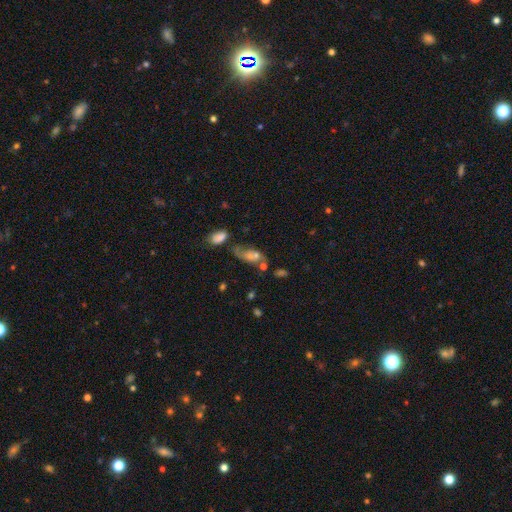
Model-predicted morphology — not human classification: Smooth or featured? smooth (48%)
Merging? none (31%)